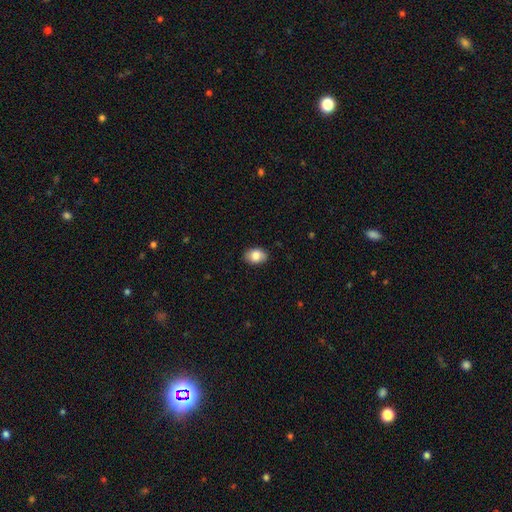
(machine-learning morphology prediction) smooth-or-featured: smooth: 85% | featured or disk: 8% | star or artifact: 7%
  how-rounded: in between: 82% | round: 17% | cigar-shaped: 1%
  merging: none: 87% | minor disturbance: 10% | major disturbance: 2% | merger: 1%